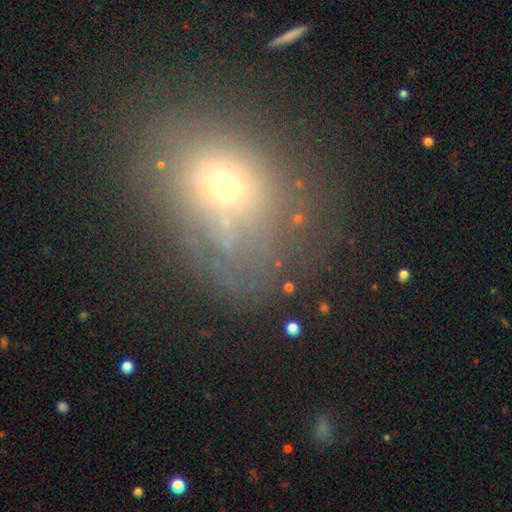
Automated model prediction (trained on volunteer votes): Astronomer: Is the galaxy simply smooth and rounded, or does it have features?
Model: smooth — 51% (runner-up: star or artifact, 26%).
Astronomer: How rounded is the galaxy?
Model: in between — 50% (runner-up: round, 48%).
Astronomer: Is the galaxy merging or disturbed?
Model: none — 56%.